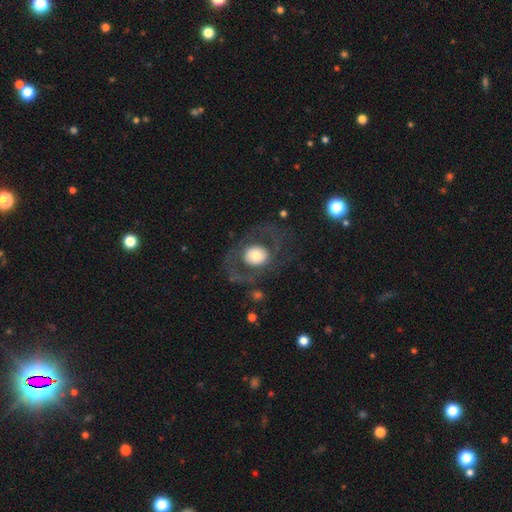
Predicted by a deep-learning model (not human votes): smooth_or_featured: featured or disk (p=0.51) [alt: smooth p=0.42]
disk_edge_on: no (p=0.94) [alt: yes p=0.06]
merging: none (p=0.64) [alt: major disturbance p=0.22]